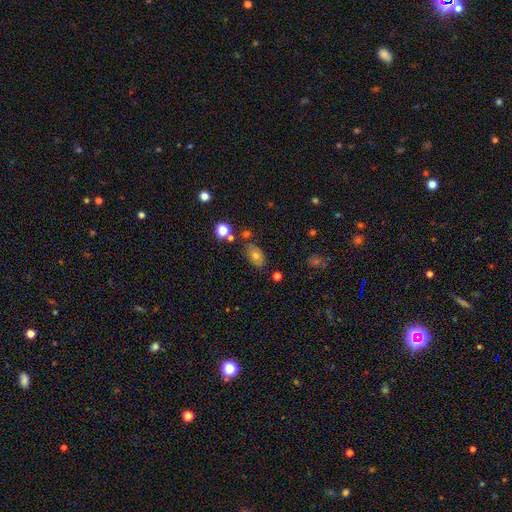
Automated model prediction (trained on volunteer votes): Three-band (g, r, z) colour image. It shows a smooth galaxy with no disk features (65%) that is in between round and cigar-shaped (84%). Merging: none (71%).